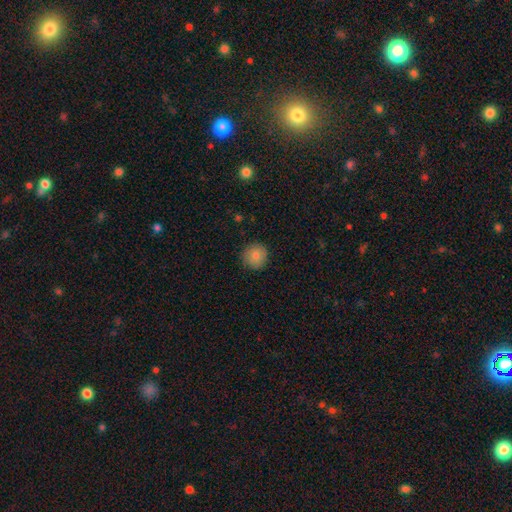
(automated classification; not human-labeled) Smooth or featured: smooth — 83% (featured or disk — 9%)
How rounded: round — 94% (in between — 5%)
Merging: none — 88% (minor disturbance — 9%)